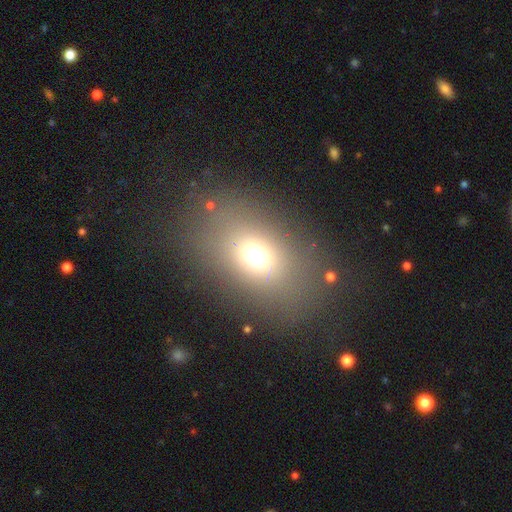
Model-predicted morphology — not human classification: This is likely a smooth galaxy (68%). How rounded: likely in between (66%). Merging: clearly none (80%).